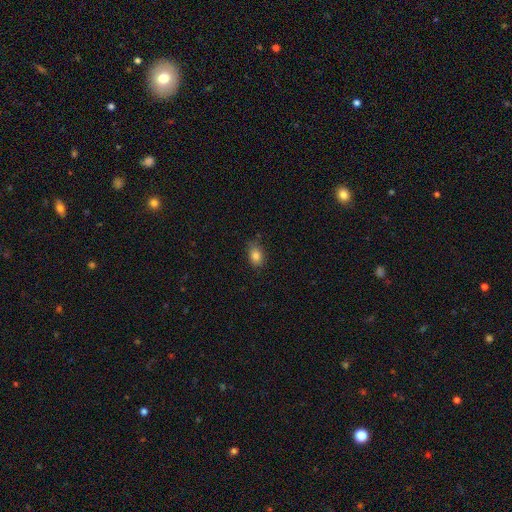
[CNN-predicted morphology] Overall: smooth (83%). How rounded: in between (79%). Merging: none (78%).